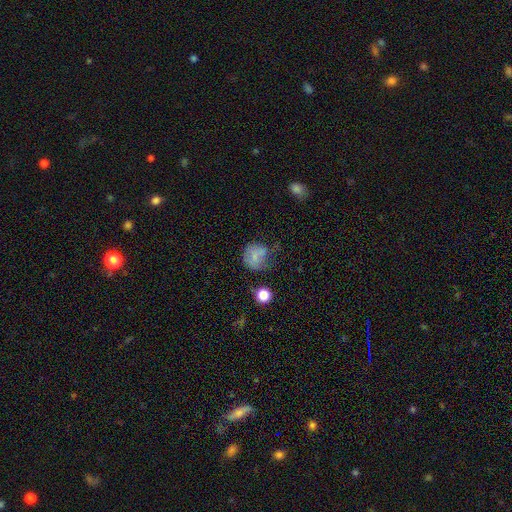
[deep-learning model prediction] Smooth or featured: smooth — 68% (featured or disk — 19%)
How rounded: round — 76% (in between — 23%)
Merging: none — 44% (minor disturbance — 30%)